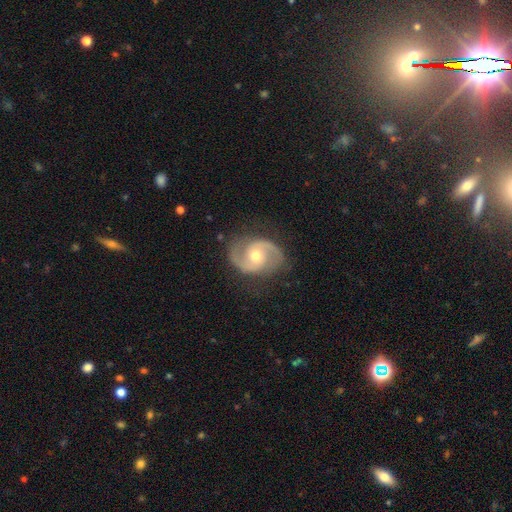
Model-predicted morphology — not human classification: This is clearly a featured or disk galaxy (88%). It is clearly not viewed edge-on (98%). Bar: possibly no (59%). Spiral arm pattern: clearly yes (96%). Spiral arm count: clearly 2 (93%). Spiral winding: possibly medium (56%). Central bulge: likely moderate (72%). Merging: clearly none (81%).